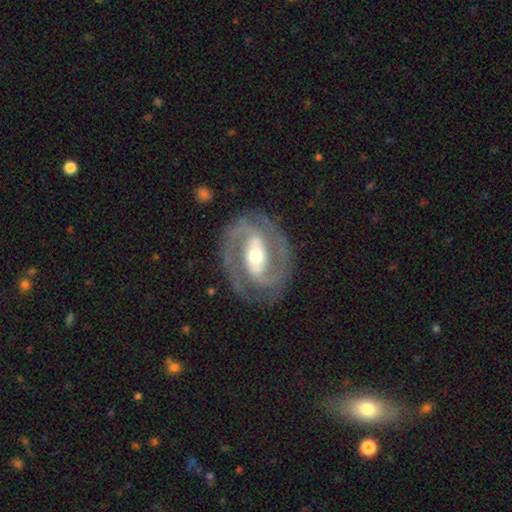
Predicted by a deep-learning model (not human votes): This appears to be a featured or disk galaxy (89%) with a strong bar (43%), 2 (86%) tight (46%) spiral arms (95%) and a moderate central bulge (63%). Merging: none (81%).